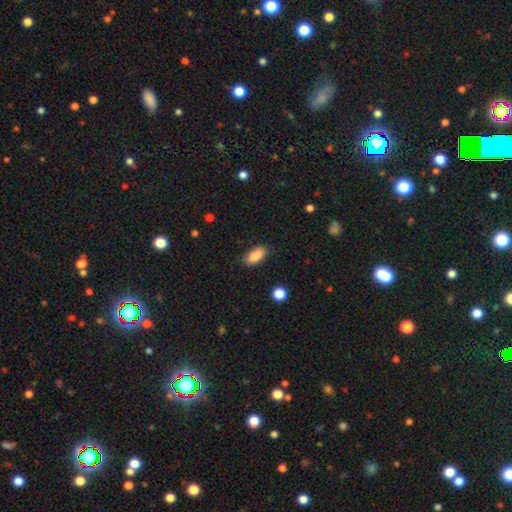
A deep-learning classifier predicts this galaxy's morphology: A smooth galaxy with no disk features (88%) that is in between round and cigar-shaped (88%). Merging: none (85%).